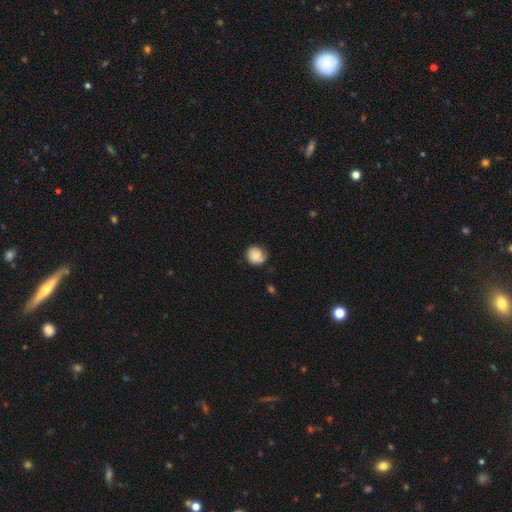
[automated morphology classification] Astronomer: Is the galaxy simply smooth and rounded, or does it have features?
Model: smooth — 71%.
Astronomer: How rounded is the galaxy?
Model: round — 82%.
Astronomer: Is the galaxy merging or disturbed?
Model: none — 63%.